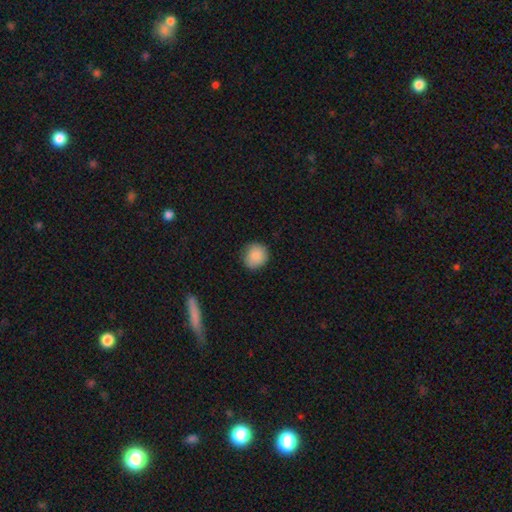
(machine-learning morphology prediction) smooth_or_featured: smooth (p=0.88) [alt: star or artifact p=0.08]
how_rounded: round (p=0.87) [alt: in between p=0.12]
merging: none (p=0.84) [alt: minor disturbance p=0.13]